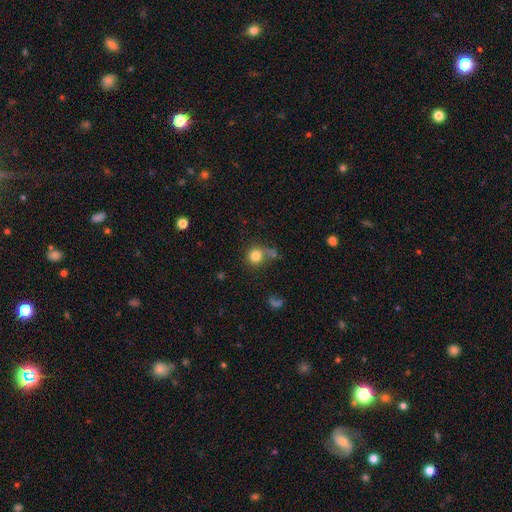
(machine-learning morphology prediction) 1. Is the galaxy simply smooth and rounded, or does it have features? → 81% smooth, 12% star or artifact, 7% featured or disk.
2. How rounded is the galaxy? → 90% round, 9% in between, 1% cigar-shaped.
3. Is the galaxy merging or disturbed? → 66% none, 15% minor disturbance, 11% merger, 8% major disturbance.